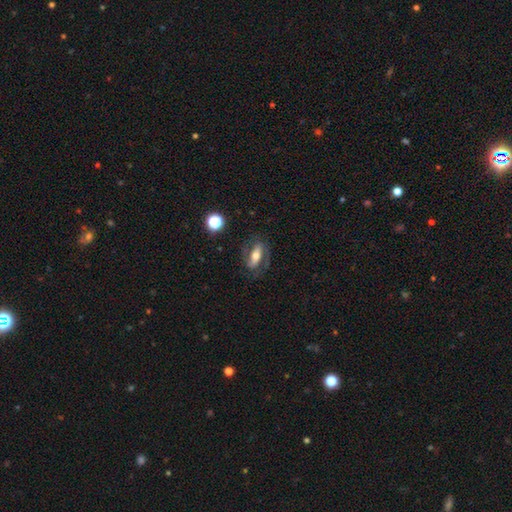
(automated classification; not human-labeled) A featured or disk galaxy (65%) with a strong bar (52%), spiral arms (81%) and a moderate central bulge (63%).

Vote fractions:
- Smooth or featured? featured or disk: 65% / smooth: 27% / star or artifact: 9%
- Edge-on disk? no: 84% / yes: 16%
- Bar? strong: 52% / no: 25% / weak: 23%
- Spiral arms? yes: 81% / no: 19%
- Bulge size? moderate: 63% / small: 20% / large: 13% / dominant: 2% / none: 2%
- Merging? none: 71% / minor disturbance: 16% / major disturbance: 11% / merger: 2%